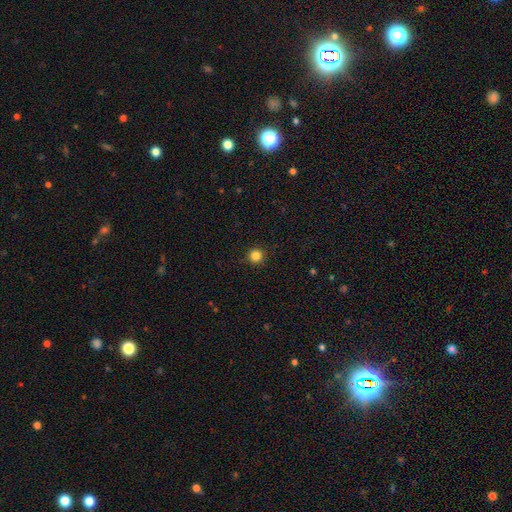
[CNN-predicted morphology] type=smooth (84%); roundness=round (96%); merging=none (92%).